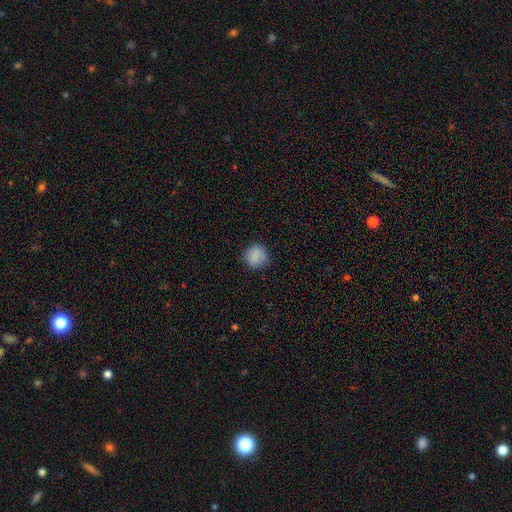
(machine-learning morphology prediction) Overall: smooth (86%). How rounded: round (88%). Merging: none (87%).